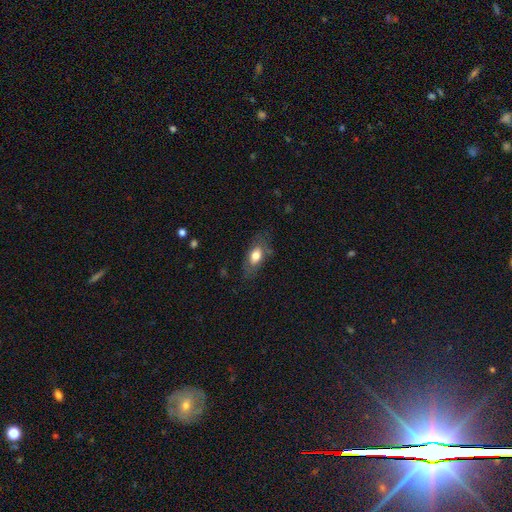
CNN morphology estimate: Smooth or featured?
  - smooth: 67% *
  - featured or disk: 25%
  - star or artifact: 8%
How rounded?
  - in between: 86% *
  - cigar-shaped: 7%
  - round: 7%
Merging?
  - none: 69% *
  - minor disturbance: 21%
  - major disturbance: 9%
  - merger: 2%